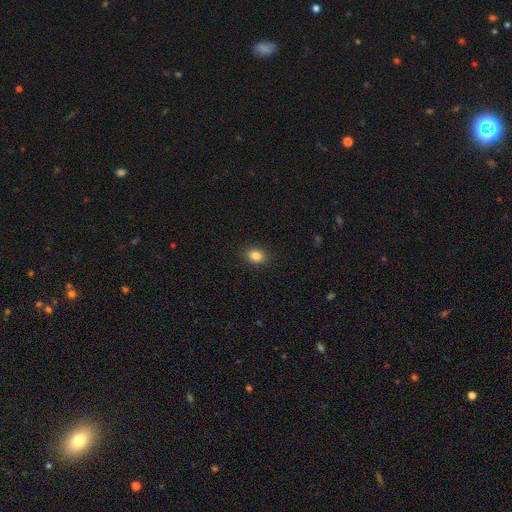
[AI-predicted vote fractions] Q: Smooth or featured?
A: smooth (84%); runner-up: star or artifact (10%)
Q: How rounded?
A: in between (58%); runner-up: round (41%)
Q: Merging?
A: none (90%); runner-up: minor disturbance (7%)